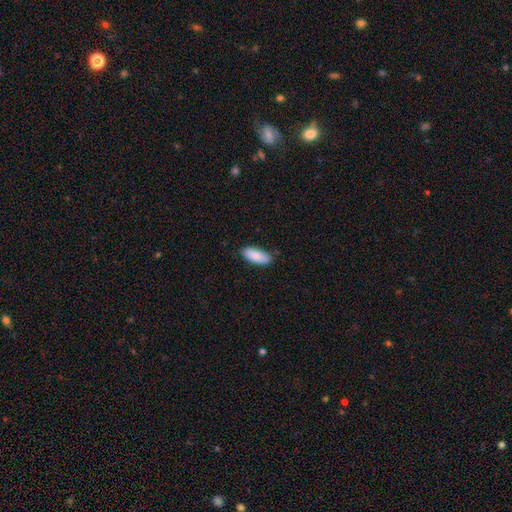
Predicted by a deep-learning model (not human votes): Q: Smooth or featured?
A: smooth (88%); runner-up: featured or disk (7%)
Q: How rounded?
A: in between (82%); runner-up: cigar-shaped (16%)
Q: Merging?
A: none (82%); runner-up: minor disturbance (14%)